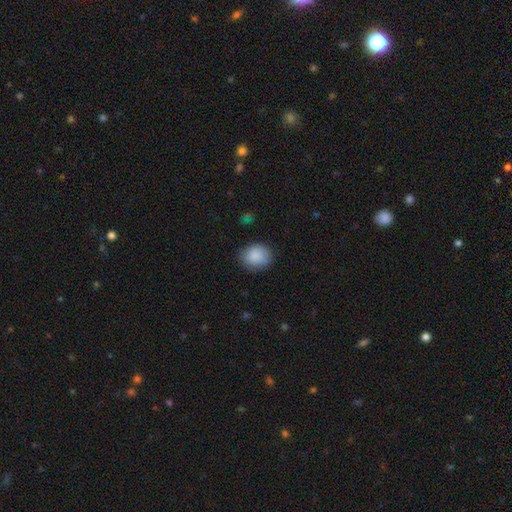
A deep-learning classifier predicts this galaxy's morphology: Smooth or featured: smooth — 88% (star or artifact — 7%)
How rounded: round — 60% (in between — 39%)
Merging: none — 81% (minor disturbance — 14%)